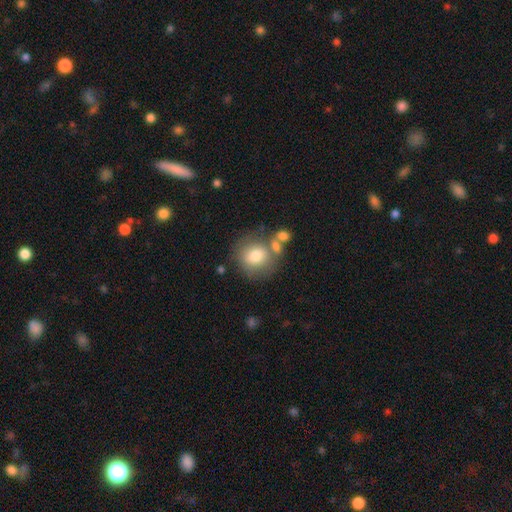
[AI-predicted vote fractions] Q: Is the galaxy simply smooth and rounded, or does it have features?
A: smooth — 75%.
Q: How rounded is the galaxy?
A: round — 82%.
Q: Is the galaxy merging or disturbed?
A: none — 60%.